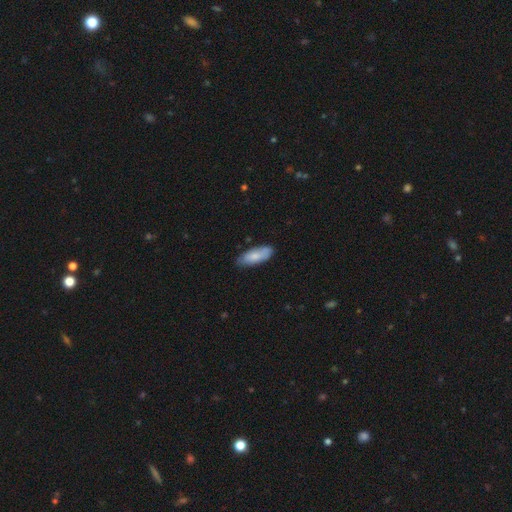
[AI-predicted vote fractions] This appears to be a smooth galaxy with no disk features (79%) that is in between round and cigar-shaped (75%). Merging: none (77%).